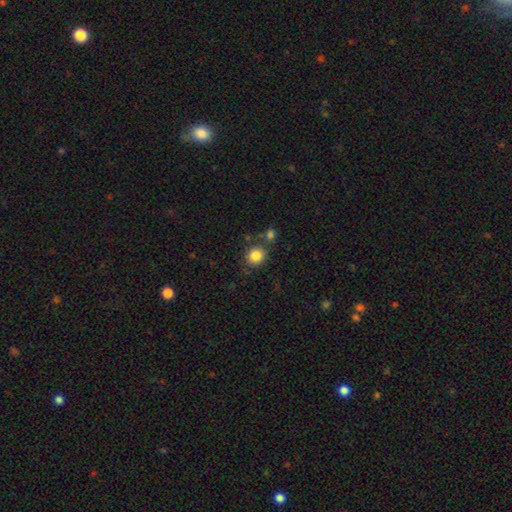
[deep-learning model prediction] Morphology: type=smooth (84%); roundness=round (84%); merging=none (73%).